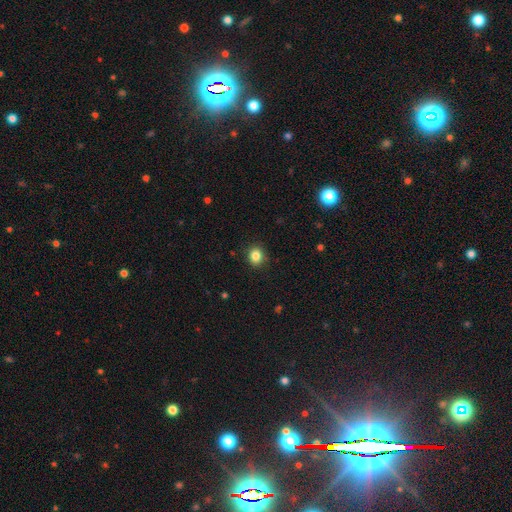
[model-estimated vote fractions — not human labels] smooth_or_featured: smooth (p=0.85) [alt: star or artifact p=0.11]
how_rounded: round (p=0.73) [alt: in between p=0.26]
merging: none (p=0.89) [alt: minor disturbance p=0.08]